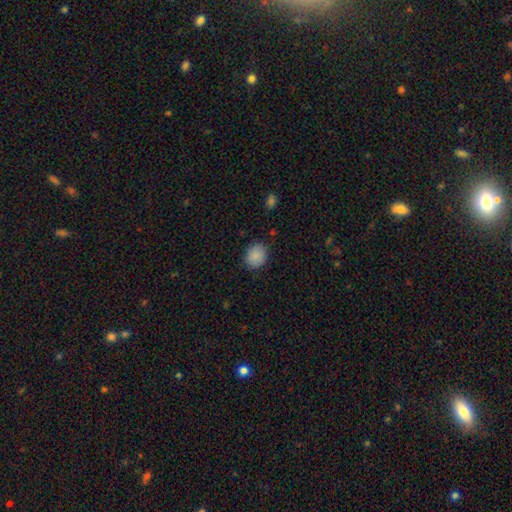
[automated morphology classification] Smooth or featured? smooth (87%)
How rounded? round (66%)
Merging? none (85%)